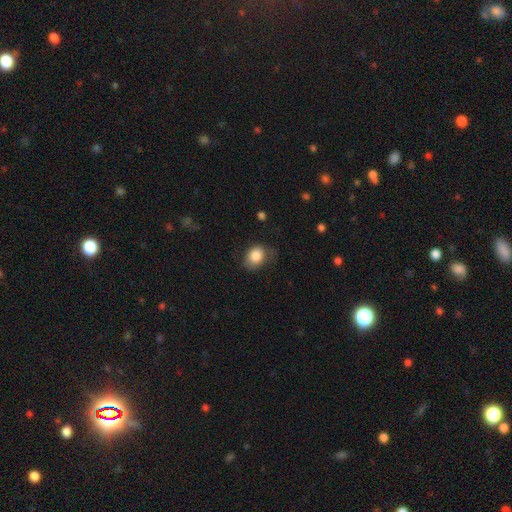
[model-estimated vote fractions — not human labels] Q: Smooth or featured?
A: smooth (84%); runner-up: star or artifact (8%)
Q: How rounded?
A: in between (57%); runner-up: round (42%)
Q: Merging?
A: none (61%); runner-up: minor disturbance (28%)